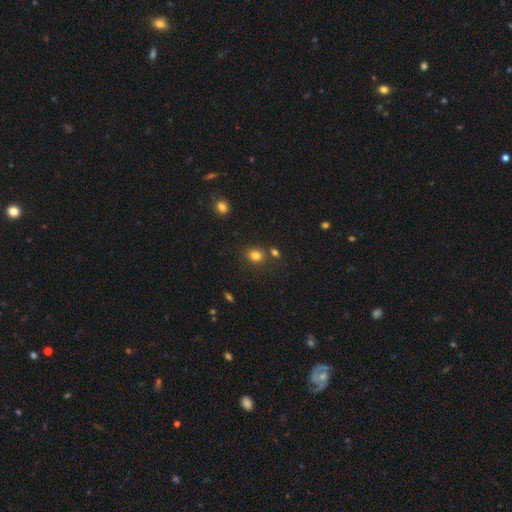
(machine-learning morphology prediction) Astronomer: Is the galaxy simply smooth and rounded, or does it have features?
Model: smooth — 80%.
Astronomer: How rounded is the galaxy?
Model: round — 67%.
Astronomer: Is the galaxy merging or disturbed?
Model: none — 75%.